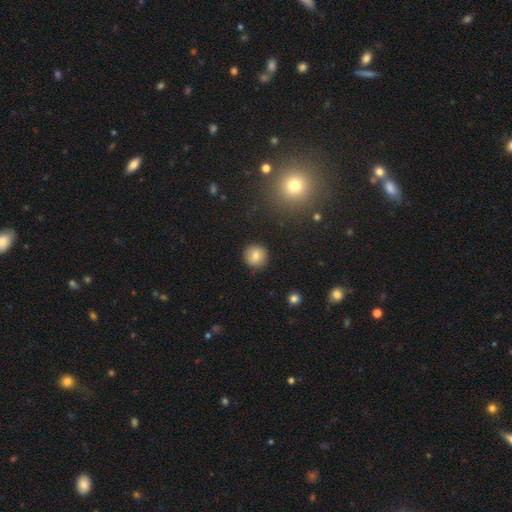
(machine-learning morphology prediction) smooth 78%, featured or disk 12%, star or artifact 11%. Down the decision tree: how rounded — round (92%); merging — none (89%).